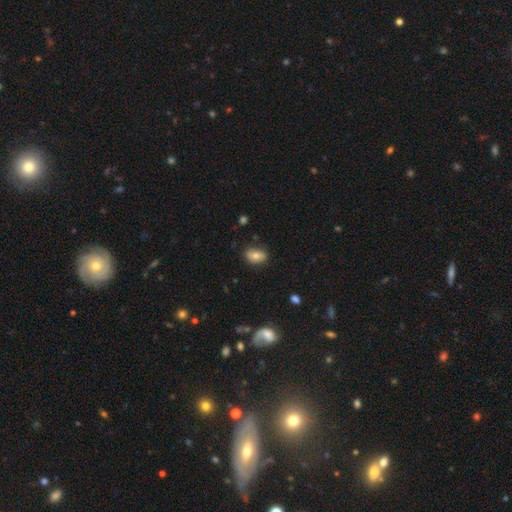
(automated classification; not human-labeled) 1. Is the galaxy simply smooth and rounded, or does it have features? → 76% smooth, 15% featured or disk, 9% star or artifact.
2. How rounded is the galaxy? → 84% in between, 14% round, 2% cigar-shaped.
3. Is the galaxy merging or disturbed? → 80% none, 15% minor disturbance, 3% major disturbance, 2% merger.